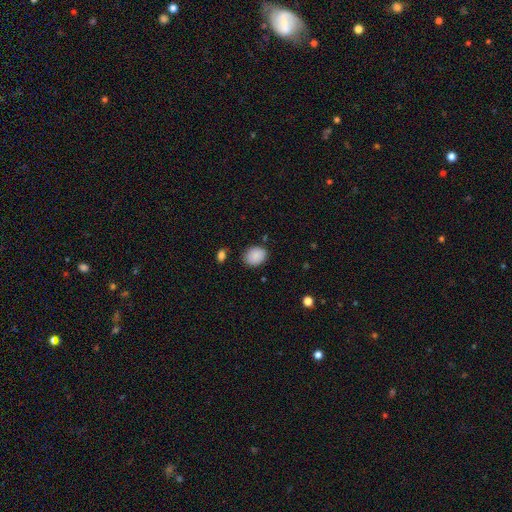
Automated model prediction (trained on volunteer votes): Smooth or featured? Predicted: smooth (p=0.89). How rounded? Predicted: in between (p=0.56). Merging? Predicted: none (p=0.80).